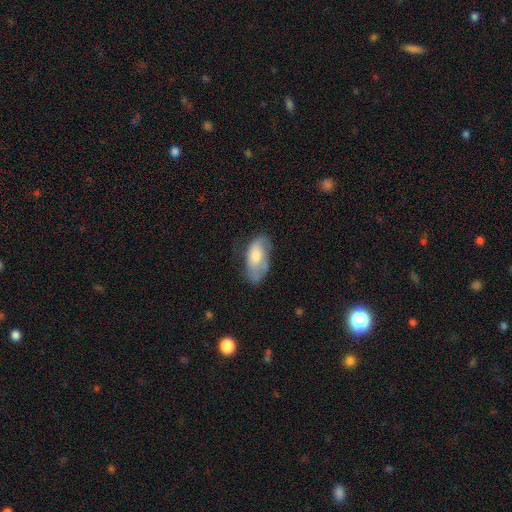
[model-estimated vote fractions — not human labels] smooth_or_featured: smooth (p=0.55) [alt: featured or disk p=0.37]
how_rounded: in between (p=0.91) [alt: cigar-shaped p=0.06]
merging: none (p=0.51) [alt: minor disturbance p=0.32]